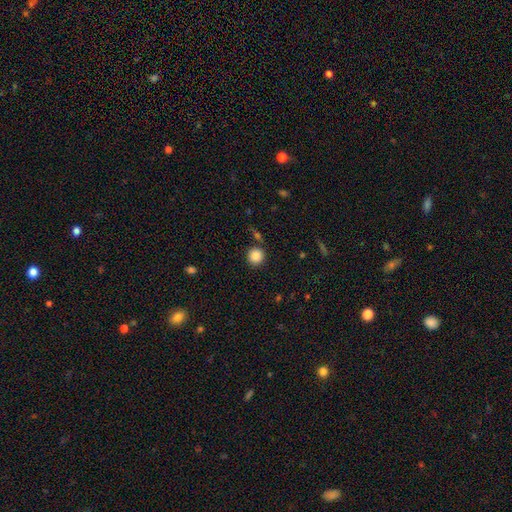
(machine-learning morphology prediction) A smooth galaxy with no disk features (87%) that is round (92%).

Vote fractions:
- Smooth or featured? smooth: 87% / star or artifact: 9% / featured or disk: 4%
- How rounded? round: 92% / in between: 7% / cigar-shaped: 1%
- Merging? none: 84% / minor disturbance: 8% / merger: 5% / major disturbance: 3%